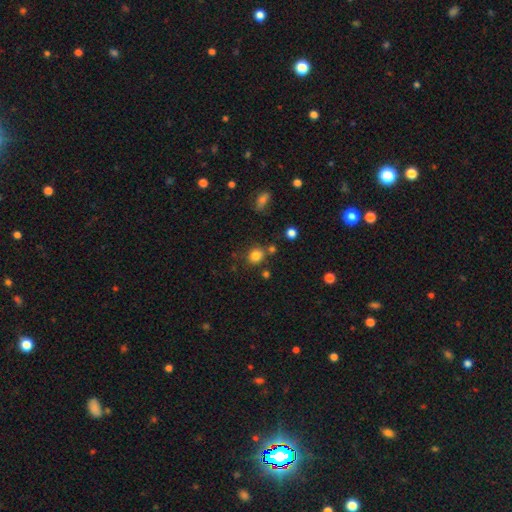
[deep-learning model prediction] The model was most divided on "how rounded": round: 80%, in between: 19%, cigar-shaped: 1%. More confident: smooth or featured — smooth (82%); merging — none (75%).